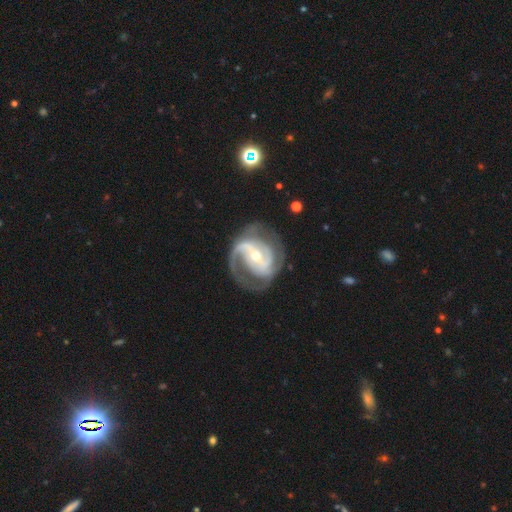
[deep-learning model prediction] Smooth or featured: featured or disk — 90% (smooth — 5%)
Edge-on disk: no — 97% (yes — 3%)
Bar: strong — 39% (tied with weak — 39%)
Spiral arms: yes — 97% (no — 3%)
Spiral winding: medium — 49% (tight — 32%)
Spiral arm count: 2 — 62% (3 — 15%)
Bulge size: small — 52% (moderate — 44%)
Merging: none — 65% (minor disturbance — 18%)